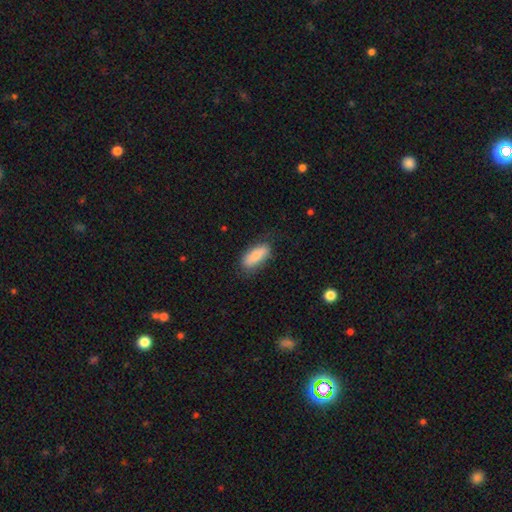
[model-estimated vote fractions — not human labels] A smooth galaxy with no disk features (82%) that is in between round and cigar-shaped (74%). Merging: none (76%).